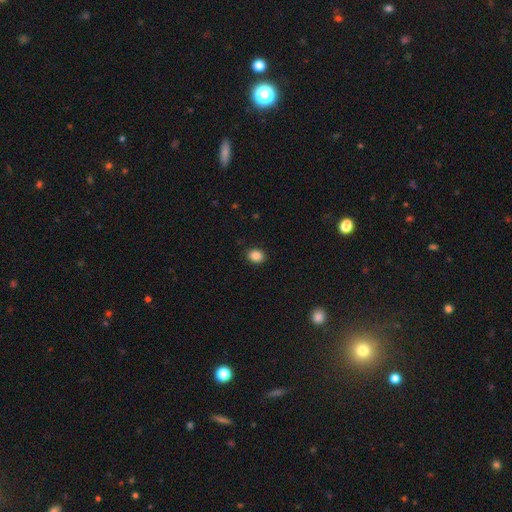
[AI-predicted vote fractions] Smooth or featured? Predicted: smooth (p=0.87). How rounded? Predicted: round (p=0.53). Merging? Predicted: none (p=0.90).